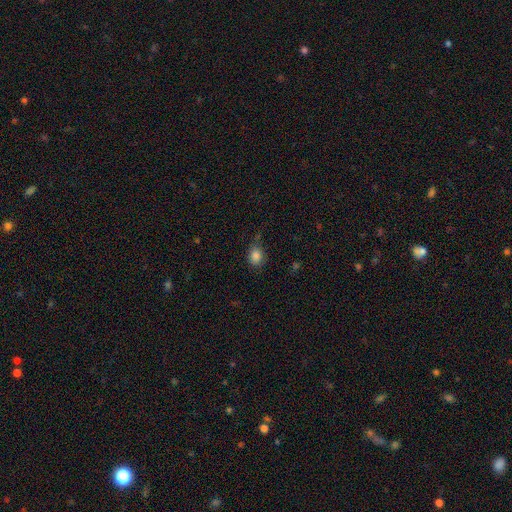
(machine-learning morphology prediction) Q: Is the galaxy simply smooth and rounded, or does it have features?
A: smooth — 85%.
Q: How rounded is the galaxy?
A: round — 52%.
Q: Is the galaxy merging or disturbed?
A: none — 70%.